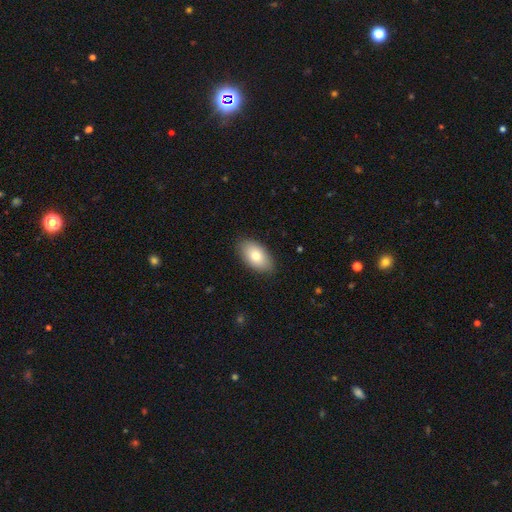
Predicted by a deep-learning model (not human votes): Morphology: type=smooth (79%); roundness=in between (94%); merging=none (86%).